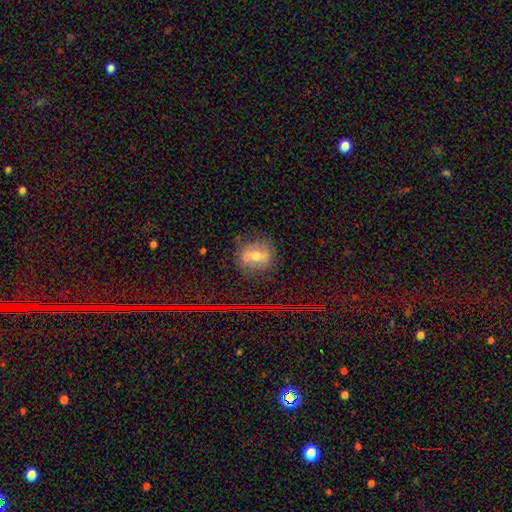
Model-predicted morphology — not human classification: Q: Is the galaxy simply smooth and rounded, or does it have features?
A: smooth — 38%.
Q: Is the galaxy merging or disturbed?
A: none — 73%.